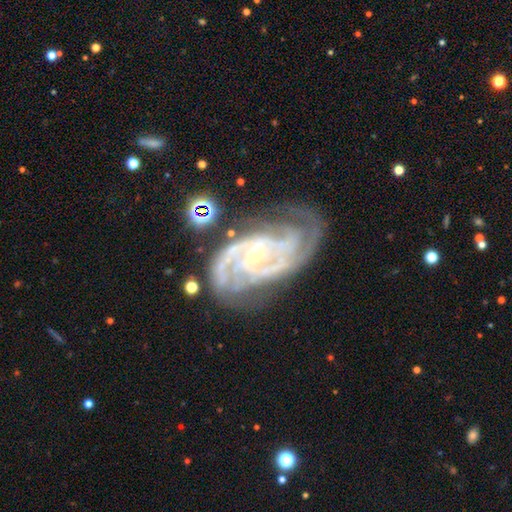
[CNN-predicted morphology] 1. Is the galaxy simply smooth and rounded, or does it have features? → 91% featured or disk, 6% star or artifact, 4% smooth.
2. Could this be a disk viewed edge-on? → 97% no, 3% yes.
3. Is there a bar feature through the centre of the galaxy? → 63% no, 26% weak, 12% strong.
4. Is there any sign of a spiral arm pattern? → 98% yes, 2% no.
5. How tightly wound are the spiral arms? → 56% tight, 37% medium, 7% loose.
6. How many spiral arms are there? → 30% 2, 27% 3, 16% can't tell, 14% 4, 7% more than 4, 6% 1.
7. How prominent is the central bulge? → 82% small, 15% moderate, 2% none, 1% large, 1% dominant.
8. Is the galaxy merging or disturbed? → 61% none, 22% minor disturbance, 14% major disturbance, 3% merger.